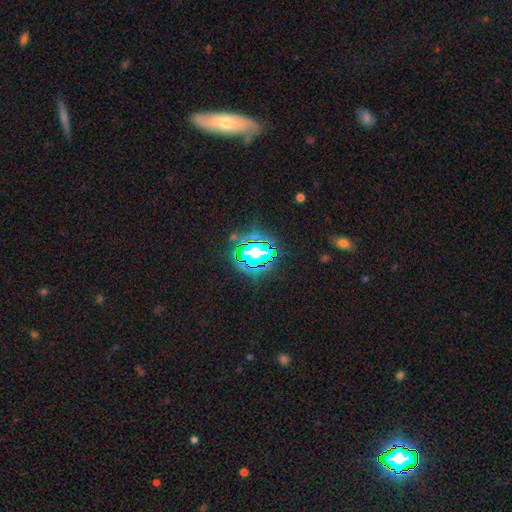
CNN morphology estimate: Smooth or featured?
  - star or artifact: 61% *
  - smooth: 25%
  - featured or disk: 14%